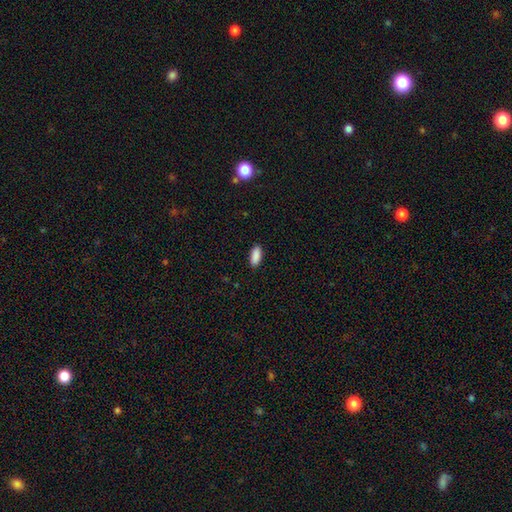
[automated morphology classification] This is clearly a smooth galaxy (90%). How rounded: clearly in between (80%). Merging: clearly none (89%).